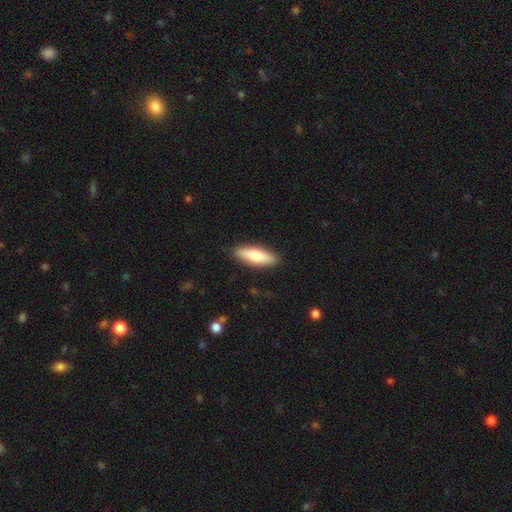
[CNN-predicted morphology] Overall: smooth (78%). How rounded: in between (51%; cigar-shaped 47%). Merging: none (89%).